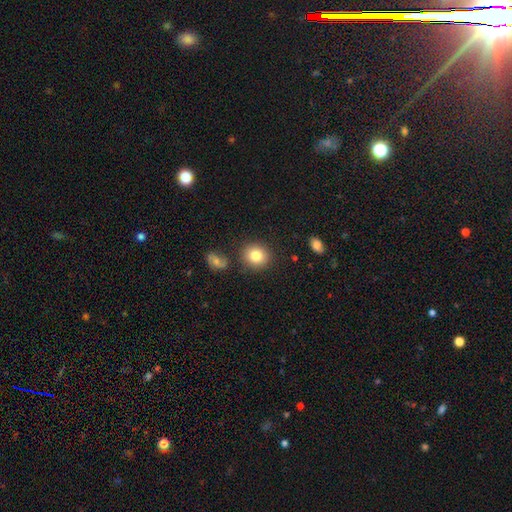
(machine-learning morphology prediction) The model was most divided on "how rounded": round: 80%, in between: 19%, cigar-shaped: 1%. More confident: merging — none (85%); smooth or featured — smooth (83%).